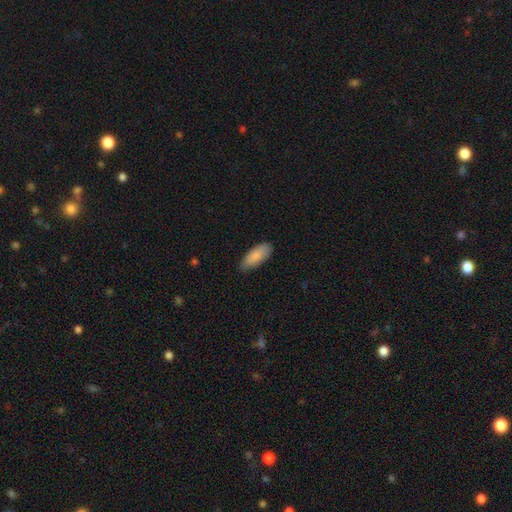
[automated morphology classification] This is clearly a smooth galaxy (86%). How rounded: clearly in between (84%). Merging: likely none (76%).